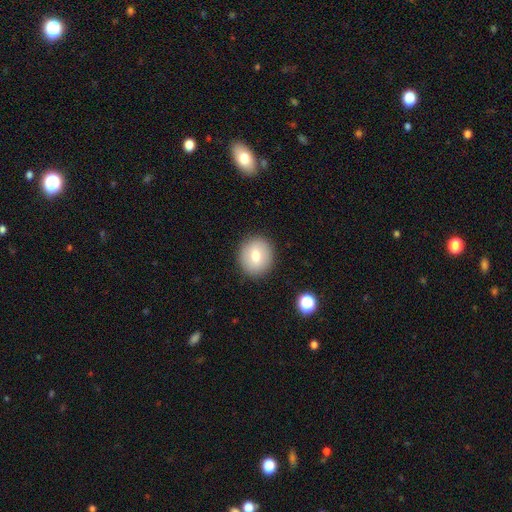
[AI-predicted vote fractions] This is likely a smooth galaxy (73%). How rounded: clearly round (84%). Merging: clearly none (89%).